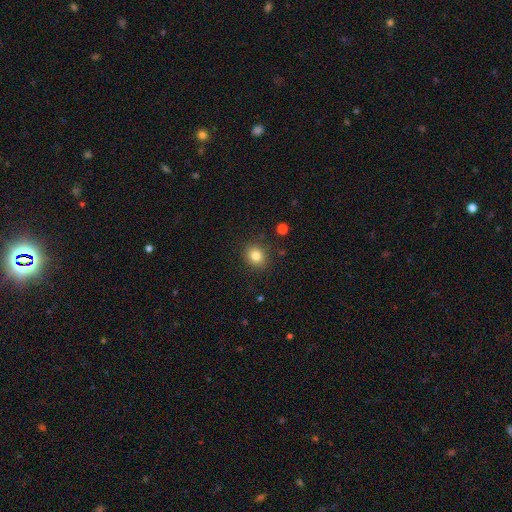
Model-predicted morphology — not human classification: type=smooth (82%); roundness=round (72%); merging=none (86%).